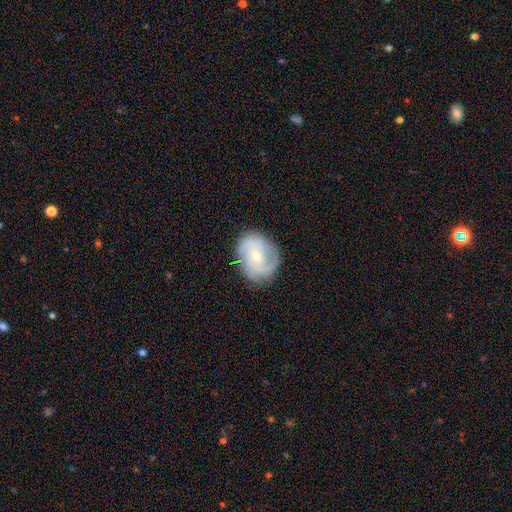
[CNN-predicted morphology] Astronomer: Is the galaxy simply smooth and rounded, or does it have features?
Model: featured or disk — 77%.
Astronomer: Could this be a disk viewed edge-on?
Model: no — 97%.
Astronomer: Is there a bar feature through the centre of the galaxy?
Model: no — 64%.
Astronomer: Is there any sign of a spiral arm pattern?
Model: yes — 93%.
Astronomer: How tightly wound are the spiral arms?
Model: medium — 43% (runner-up: tight, 42%).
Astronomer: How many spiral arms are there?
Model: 2 — 42% (runner-up: 3, 25%).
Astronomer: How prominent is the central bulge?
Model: small — 60% (runner-up: moderate, 37%).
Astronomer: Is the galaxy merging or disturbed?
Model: none — 78%.